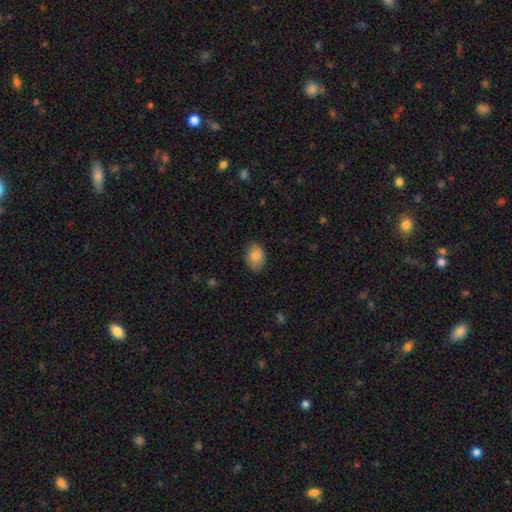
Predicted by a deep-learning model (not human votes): Smooth or featured? Predicted: smooth (p=0.85). How rounded? Predicted: in between (p=0.80). Merging? Predicted: none (p=0.79).